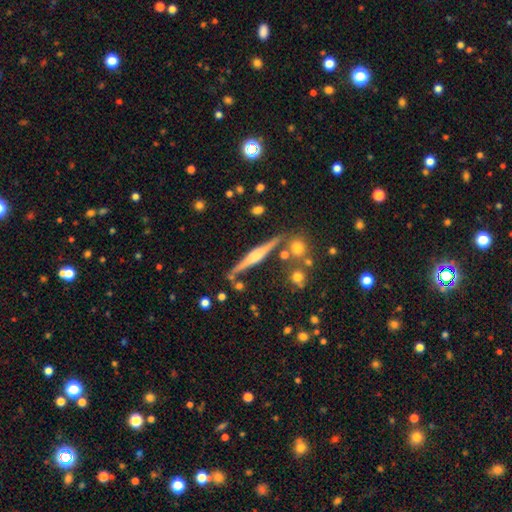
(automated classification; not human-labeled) smooth-or-featured: featured or disk: 70% | smooth: 22% | star or artifact: 8%
  disk-edge-on: yes: 96% | no: 4%
    edge-on-bulge: rounded: 78% | boxy: 12% | none: 10%
  merging: none: 80% | minor disturbance: 11% | merger: 7% | major disturbance: 3%